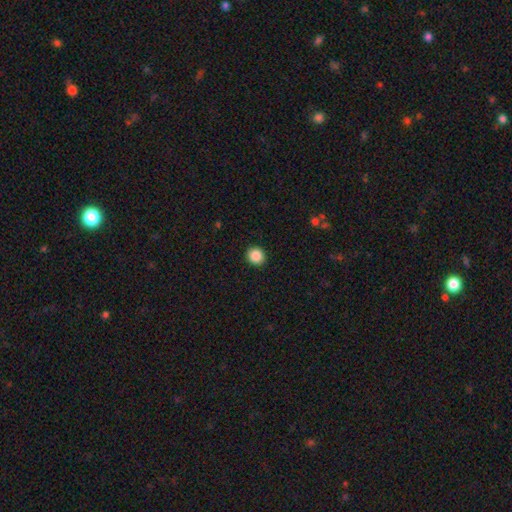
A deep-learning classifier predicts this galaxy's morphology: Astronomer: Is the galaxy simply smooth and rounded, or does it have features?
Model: smooth — 88%.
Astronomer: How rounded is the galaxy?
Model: round — 87%.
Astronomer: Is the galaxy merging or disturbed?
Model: none — 92%.